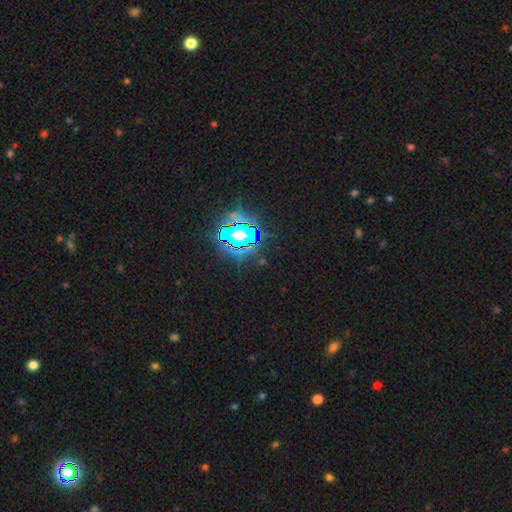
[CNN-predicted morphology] Smooth or featured? star or artifact (85%)